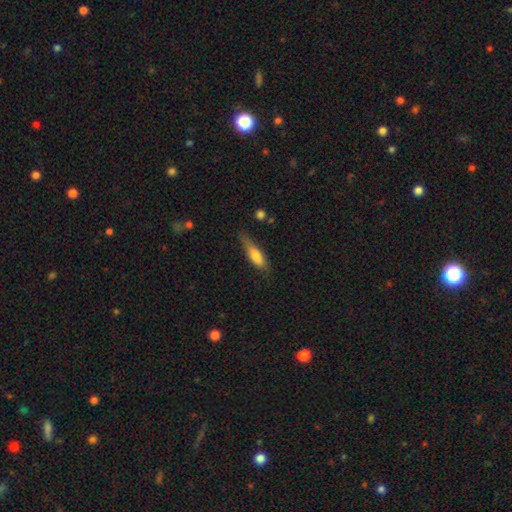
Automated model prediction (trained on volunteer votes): A smooth galaxy with no disk features (69%) that is cigar-shaped (60%). Merging: none (62%).